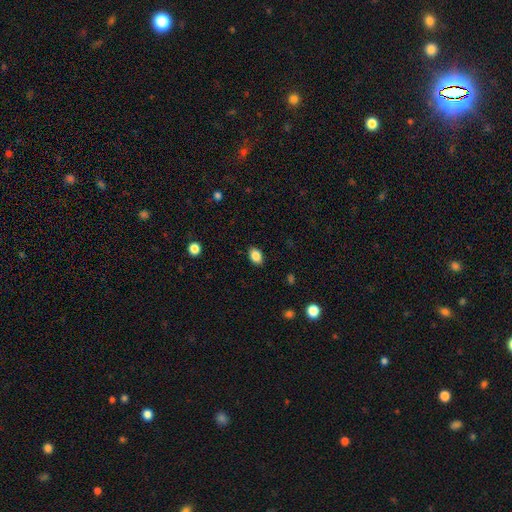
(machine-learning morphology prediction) smooth_or_featured: smooth (p=0.87) [alt: star or artifact p=0.09]
how_rounded: in between (p=0.80) [alt: round p=0.19]
merging: none (p=0.87) [alt: minor disturbance p=0.10]